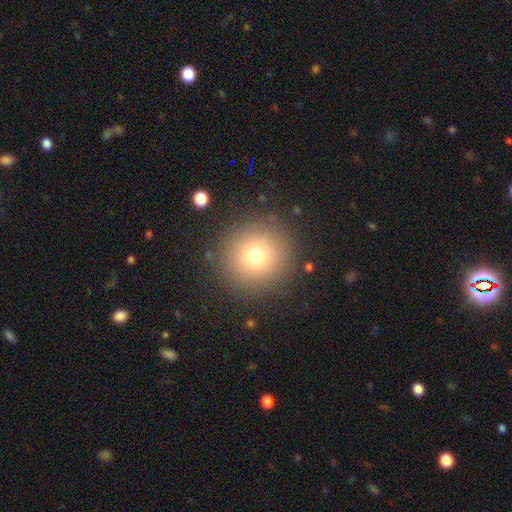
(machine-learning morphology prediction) Overall: smooth (75%). How rounded: round (96%). Merging: none (89%).